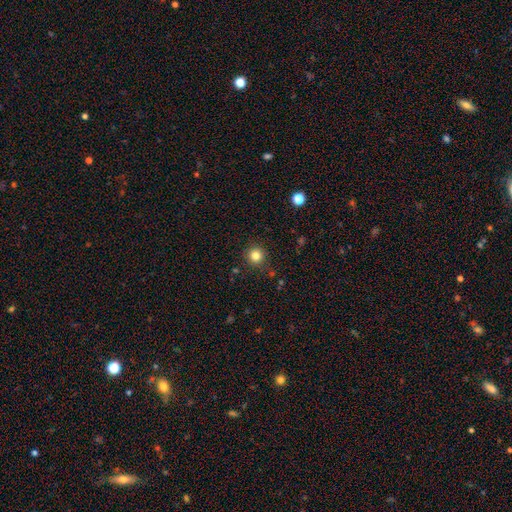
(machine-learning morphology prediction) This is clearly a smooth galaxy (82%). How rounded: clearly round (95%). Merging: clearly none (90%).